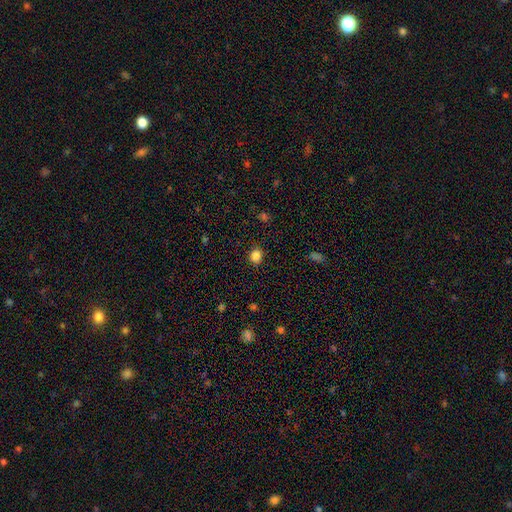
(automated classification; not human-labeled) A smooth galaxy with no disk features (85%) that is round (64%). Merging: none (89%).